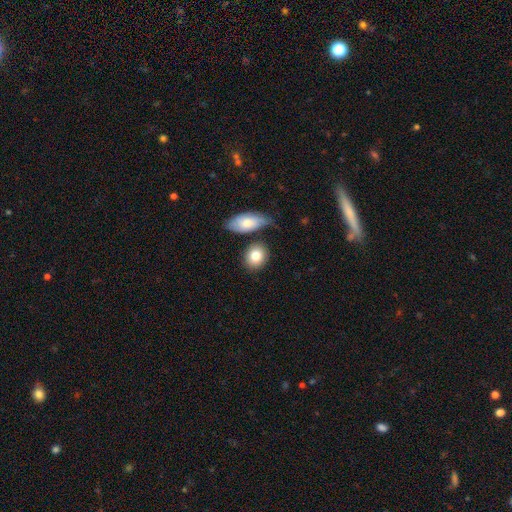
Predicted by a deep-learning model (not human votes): This appears to be a smooth galaxy with no disk features (81%) that is round (53%). Merging: none (69%).